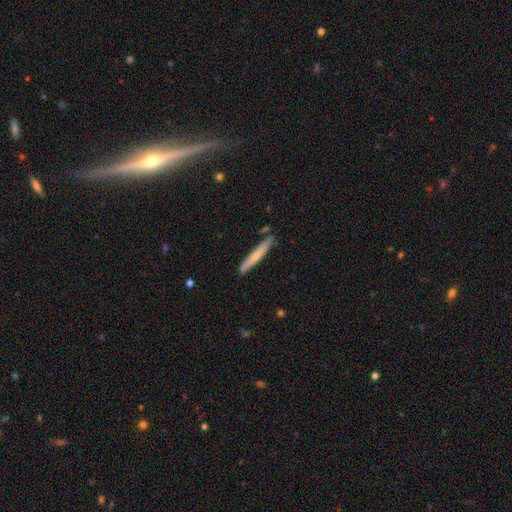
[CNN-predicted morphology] Q: Smooth or featured?
A: smooth (62%); runner-up: featured or disk (33%)
Q: How rounded?
A: cigar-shaped (96%); runner-up: in between (3%)
Q: Merging?
A: none (84%); runner-up: minor disturbance (11%)